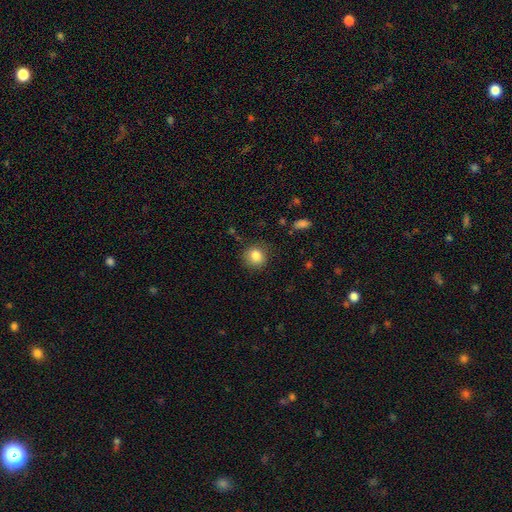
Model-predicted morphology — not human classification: A smooth galaxy with no disk features (85%) that is round (85%).

Vote fractions:
- Smooth or featured? smooth: 85% / star or artifact: 10% / featured or disk: 6%
- How rounded? round: 85% / in between: 14% / cigar-shaped: 1%
- Merging? none: 83% / minor disturbance: 12% / major disturbance: 3% / merger: 1%